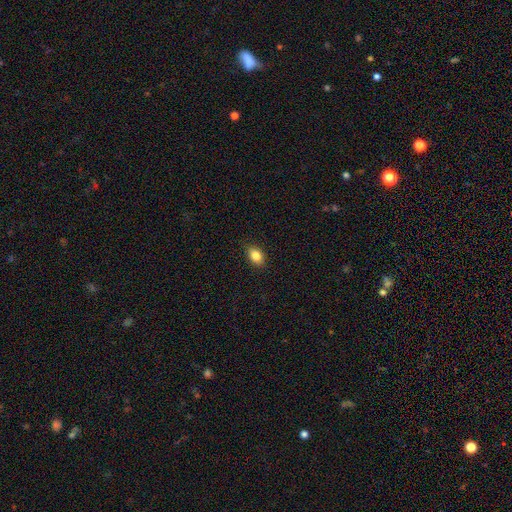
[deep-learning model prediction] Overall: smooth (84%). How rounded: in between (82%). Merging: none (87%).